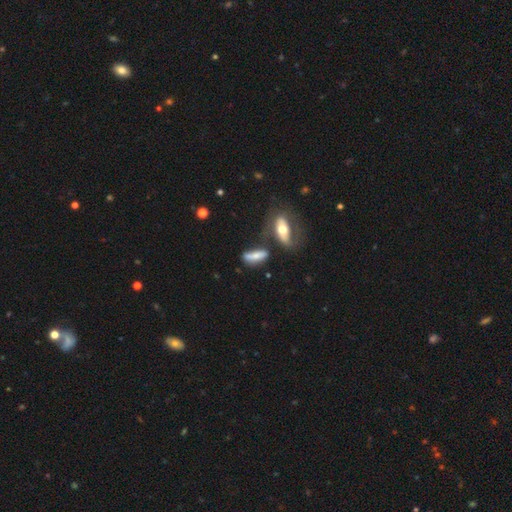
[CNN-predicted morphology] Overall: smooth (56%; featured or disk 35%). How rounded: in between (48%; cigar-shaped 47%). Merging: none (50%; merger 21%).